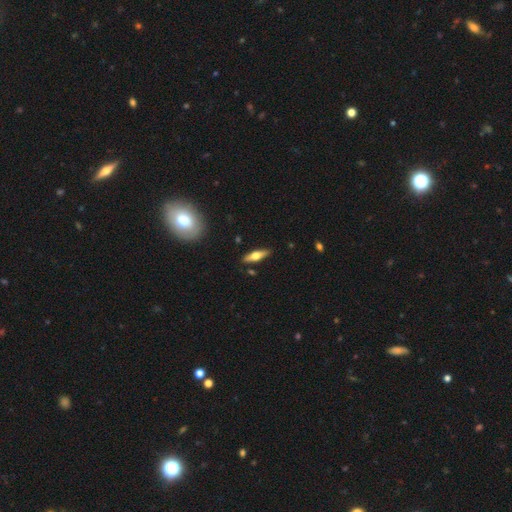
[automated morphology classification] This is possibly a featured or disk galaxy (51%). It is clearly viewed edge-on (92%). Merging: clearly none (88%).